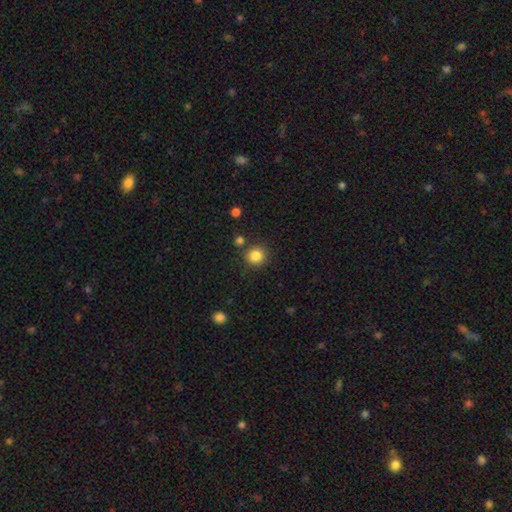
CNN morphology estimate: Q: Smooth or featured?
A: smooth (84%); runner-up: star or artifact (11%)
Q: How rounded?
A: round (92%); runner-up: in between (7%)
Q: Merging?
A: none (84%); runner-up: minor disturbance (8%)